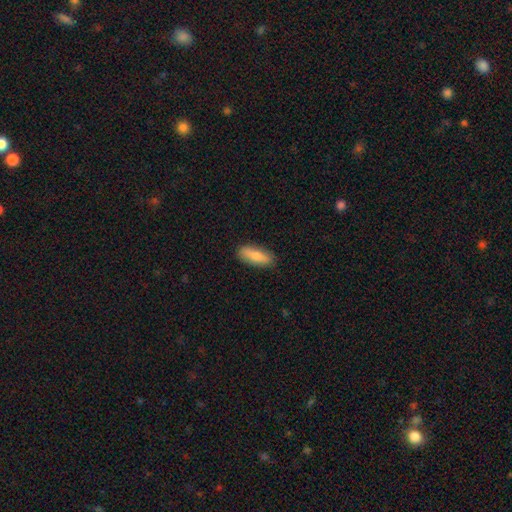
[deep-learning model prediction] Morphology: type=smooth (79%); roundness=in between (66%); merging=none (86%).